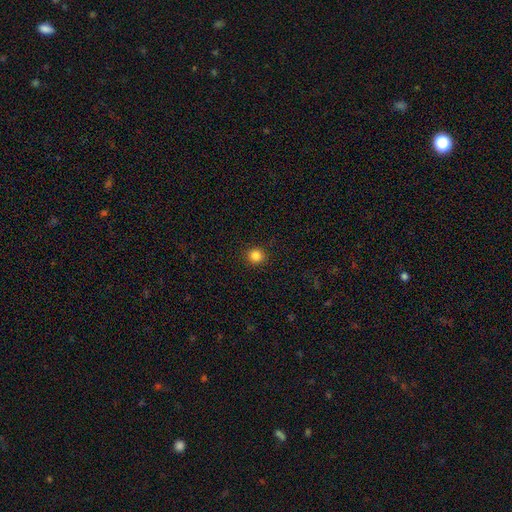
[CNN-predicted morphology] Smooth or featured?
  - smooth: 84% *
  - star or artifact: 12%
  - featured or disk: 4%
How rounded?
  - round: 93% *
  - in between: 6%
  - cigar-shaped: 1%
Merging?
  - none: 92% *
  - minor disturbance: 5%
  - major disturbance: 2%
  - merger: 1%